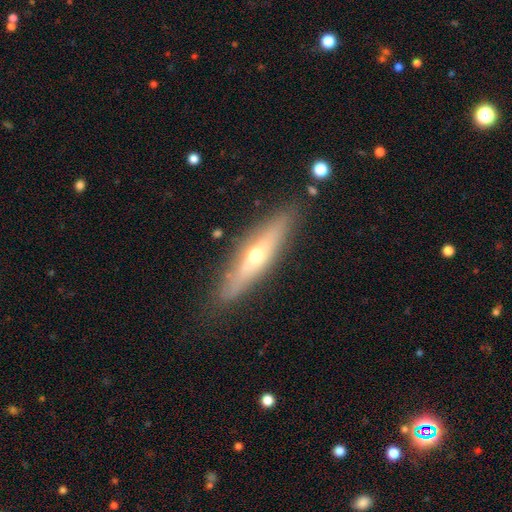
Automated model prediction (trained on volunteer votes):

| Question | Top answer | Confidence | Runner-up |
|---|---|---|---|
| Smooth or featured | featured or disk | 58% | smooth (35%) |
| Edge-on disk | yes | 80% | no (20%) |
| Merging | none | 84% | minor disturbance (11%) |